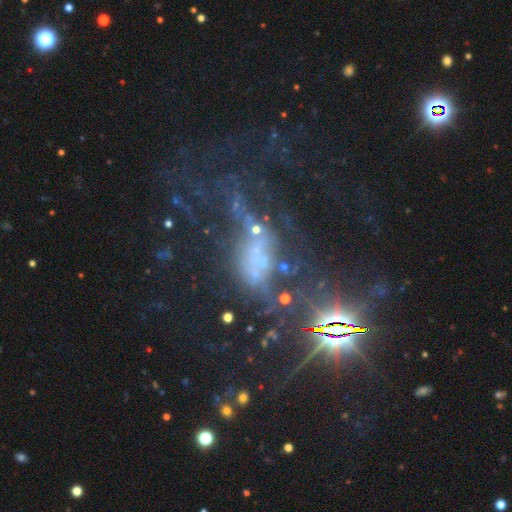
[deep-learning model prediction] This is possibly a star or artifact rather than a galaxy (47%).